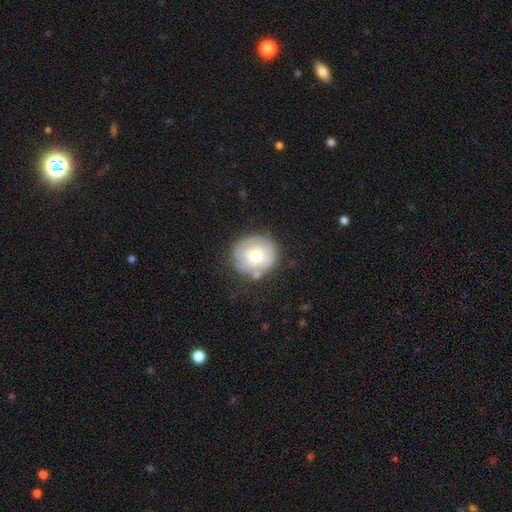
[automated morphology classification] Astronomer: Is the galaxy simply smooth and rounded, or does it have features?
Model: smooth — 56% (runner-up: featured or disk, 36%).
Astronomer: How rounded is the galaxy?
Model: round — 87%.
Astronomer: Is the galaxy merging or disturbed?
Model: none — 71%.